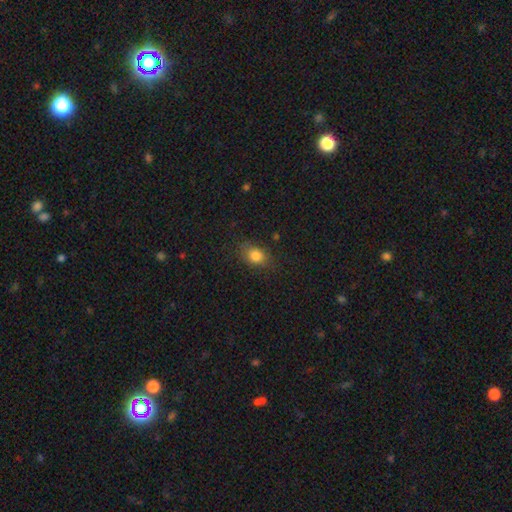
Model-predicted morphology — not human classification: smooth-or-featured: smooth: 82% | star or artifact: 11% | featured or disk: 8%
  how-rounded: in between: 62% | round: 36% | cigar-shaped: 2%
  merging: none: 77% | minor disturbance: 17% | major disturbance: 5% | merger: 1%